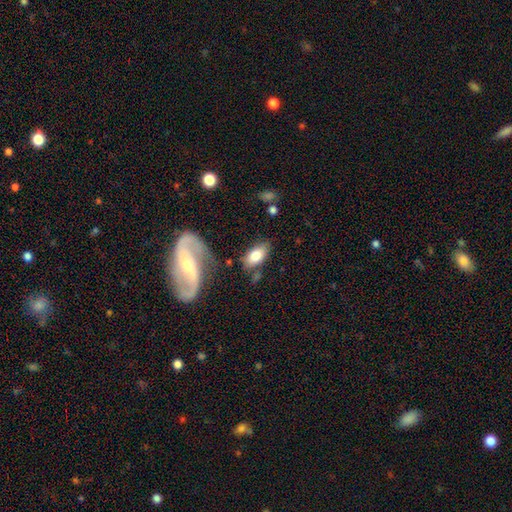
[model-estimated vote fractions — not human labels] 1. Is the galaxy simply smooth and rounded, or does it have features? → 74% smooth, 19% featured or disk, 7% star or artifact.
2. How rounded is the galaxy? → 91% in between, 5% cigar-shaped, 4% round.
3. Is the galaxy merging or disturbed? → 66% none, 18% minor disturbance, 9% merger, 7% major disturbance.